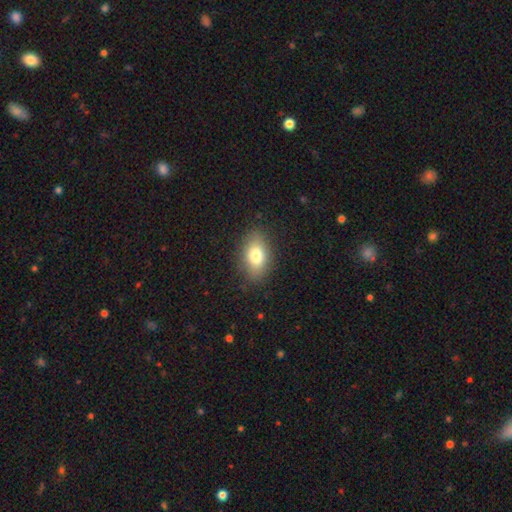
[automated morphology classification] smooth_or_featured: smooth (p=0.77) [alt: featured or disk p=0.14]
how_rounded: in between (p=0.86) [alt: round p=0.11]
merging: none (p=0.84) [alt: minor disturbance p=0.11]